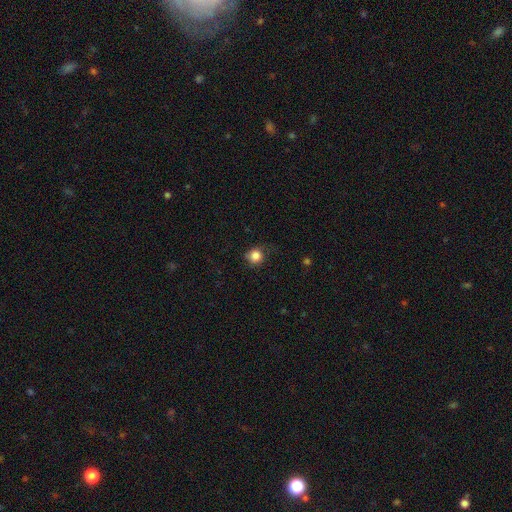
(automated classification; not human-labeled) Morphology: type=smooth (84%); roundness=round (89%); merging=none (76%).